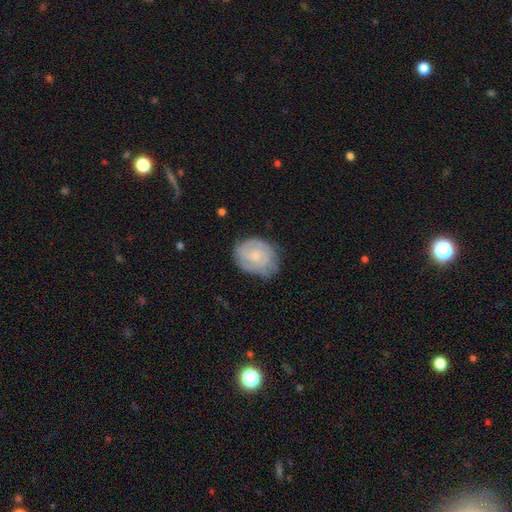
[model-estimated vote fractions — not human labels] Smooth or featured: featured or disk — 54% (smooth — 40%)
Edge-on disk: no — 97% (yes — 3%)
Bar: no — 76% (weak — 21%)
Spiral arms: yes — 77% (no — 23%)
Bulge size: small — 59% (moderate — 27%)
Merging: none — 69% (minor disturbance — 23%)